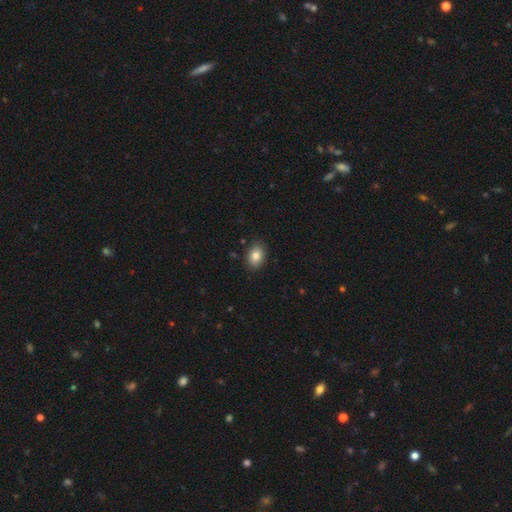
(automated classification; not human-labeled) A smooth galaxy with no disk features (83%) that is in between round and cigar-shaped (77%). Merging: none (88%).